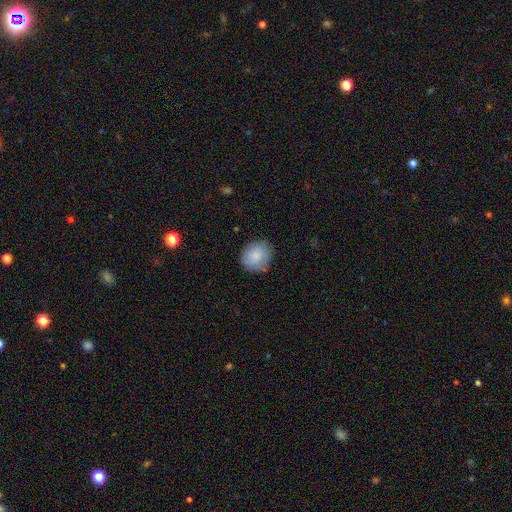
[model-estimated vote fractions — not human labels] Morphology: type=smooth (82%); roundness=round (71%); merging=none (77%).